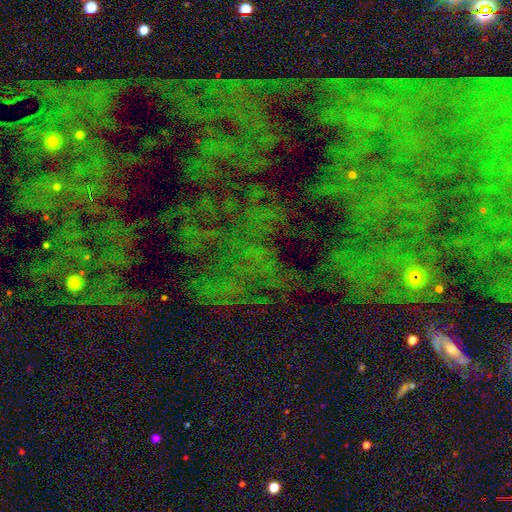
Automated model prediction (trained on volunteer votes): This is clearly a star or artifact rather than a galaxy (80%).